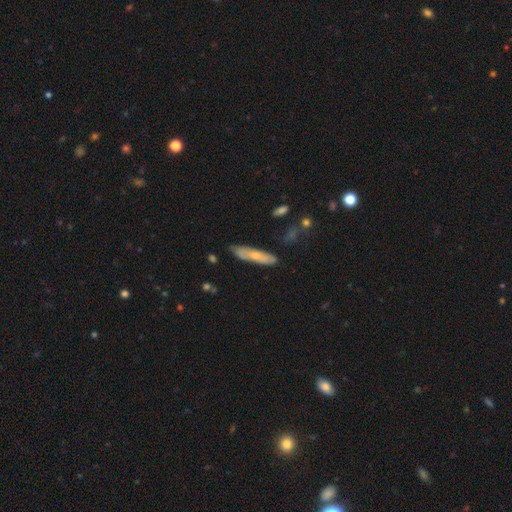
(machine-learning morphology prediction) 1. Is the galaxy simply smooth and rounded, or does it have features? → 54% smooth, 40% featured or disk, 6% star or artifact.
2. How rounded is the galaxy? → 80% cigar-shaped, 18% in between, 2% round.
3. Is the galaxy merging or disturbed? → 79% none, 16% minor disturbance, 3% major disturbance, 2% merger.